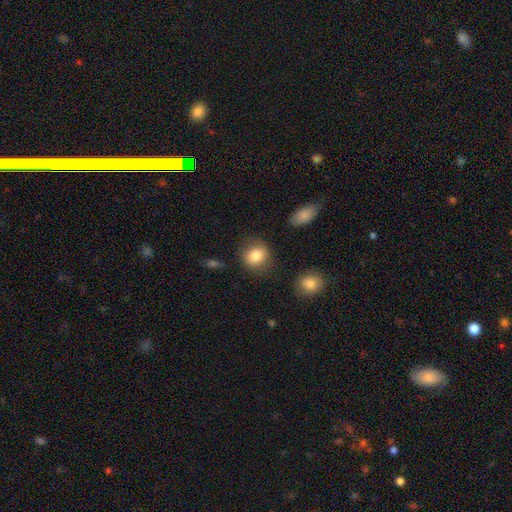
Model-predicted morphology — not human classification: The model was most divided on "how rounded": round: 61%, in between: 38%, cigar-shaped: 1%. More confident: smooth or featured — smooth (83%); merging — none (82%).